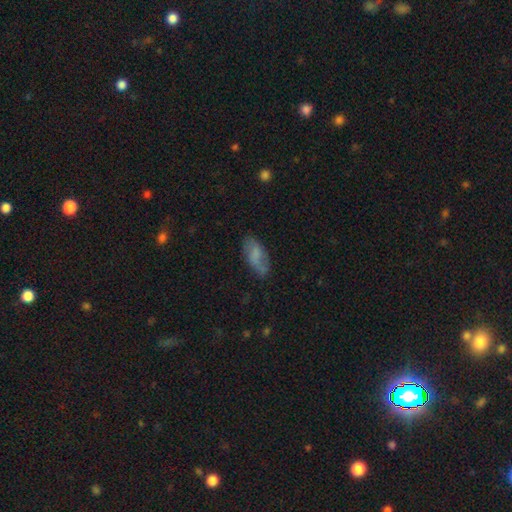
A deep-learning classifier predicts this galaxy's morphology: Smooth or featured? smooth (59%)
How rounded? in between (87%)
Merging? none (70%)